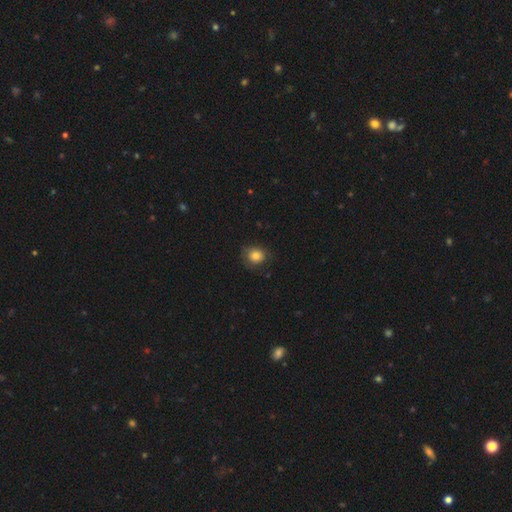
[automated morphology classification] smooth_or_featured: smooth (p=0.76) [alt: featured or disk p=0.14]
how_rounded: round (p=0.72) [alt: in between p=0.27]
merging: none (p=0.71) [alt: minor disturbance p=0.21]